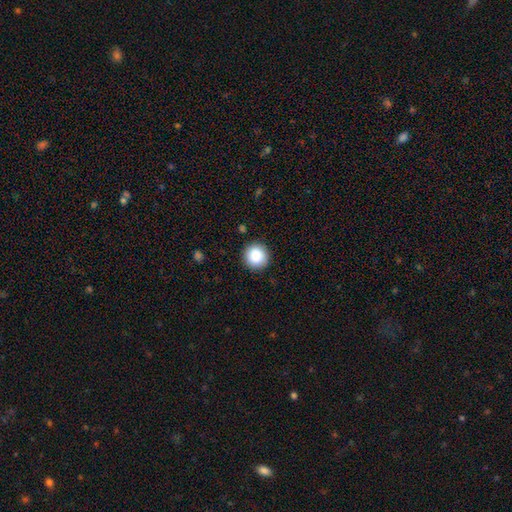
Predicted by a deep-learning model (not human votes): Smooth or featured? Predicted: smooth (p=0.87). How rounded? Predicted: round (p=0.94). Merging? Predicted: none (p=0.90).